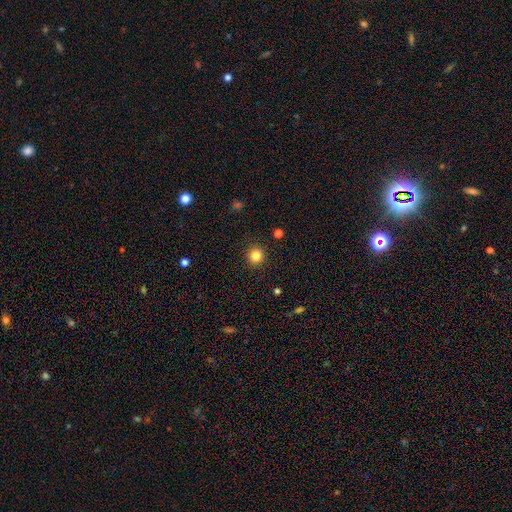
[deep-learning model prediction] Smooth or featured: smooth — 83% (star or artifact — 12%)
How rounded: round — 92% (in between — 7%)
Merging: none — 92% (minor disturbance — 5%)